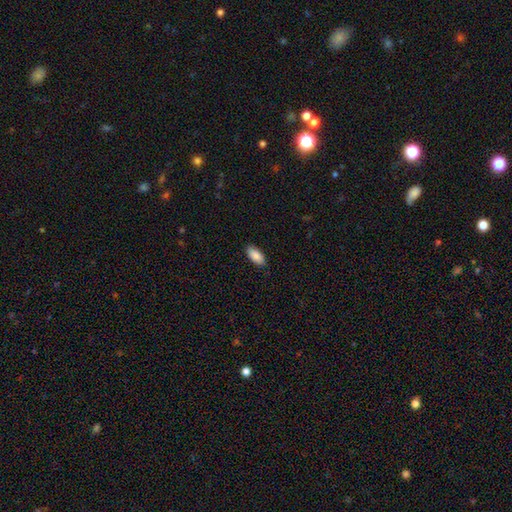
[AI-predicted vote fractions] Smooth or featured? smooth (87%)
How rounded? in between (91%)
Merging? none (88%)